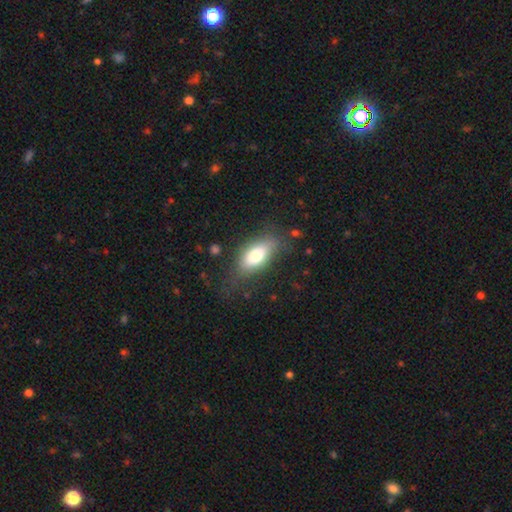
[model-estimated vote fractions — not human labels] smooth-or-featured: smooth: 74% | featured or disk: 18% | star or artifact: 8%
  how-rounded: in between: 84% | cigar-shaped: 11% | round: 4%
  merging: none: 69% | minor disturbance: 20% | major disturbance: 9% | merger: 2%